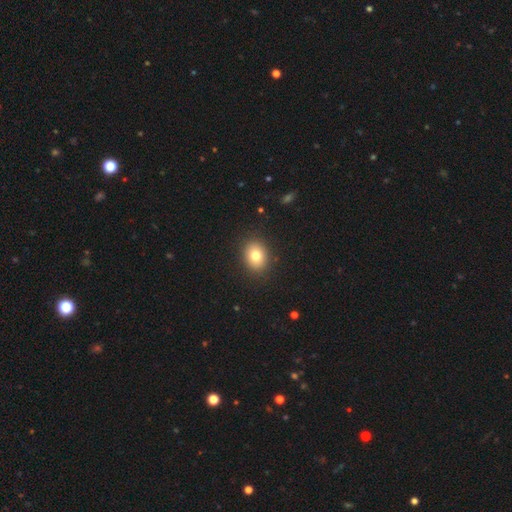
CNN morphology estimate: Smooth or featured: smooth — 79% (featured or disk — 11%)
How rounded: in between — 50% (round — 49%)
Merging: none — 89% (minor disturbance — 7%)